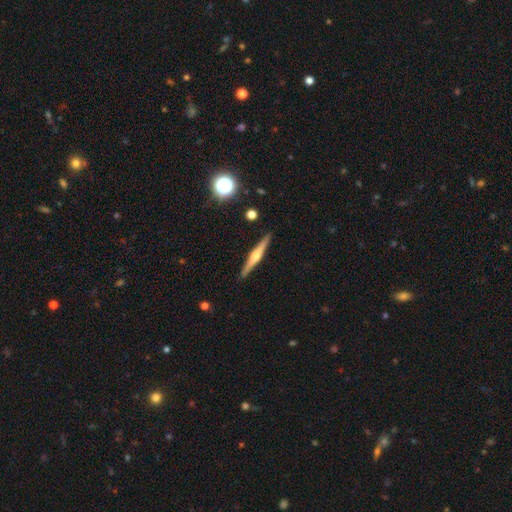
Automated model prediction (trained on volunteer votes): Smooth or featured? featured or disk (72%)
Edge-on disk? yes (98%)
Edge-on bulge? rounded (89%)
Merging? none (91%)